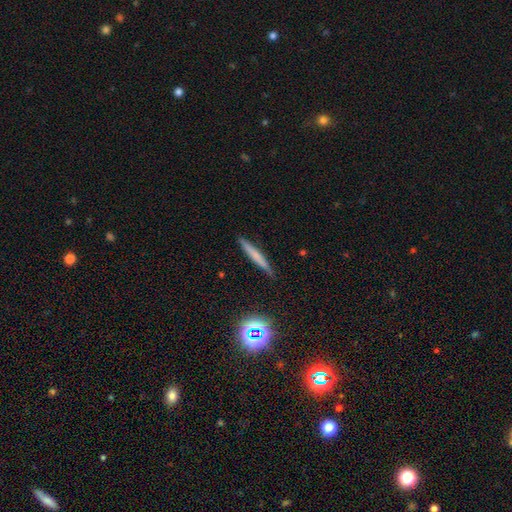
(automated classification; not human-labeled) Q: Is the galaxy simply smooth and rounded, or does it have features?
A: smooth — 59%.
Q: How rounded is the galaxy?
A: cigar-shaped — 95%.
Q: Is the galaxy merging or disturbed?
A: none — 88%.